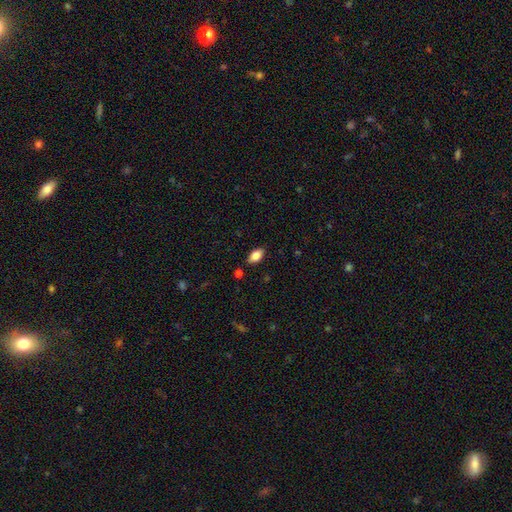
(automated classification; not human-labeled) smooth 83%, featured or disk 9%, star or artifact 8%. Down the decision tree: how rounded — in between (92%); merging — none (85%).